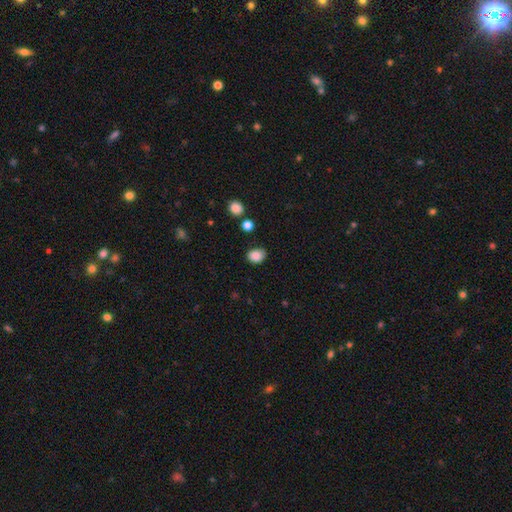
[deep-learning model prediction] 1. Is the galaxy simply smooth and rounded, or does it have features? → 86% smooth, 10% star or artifact, 4% featured or disk.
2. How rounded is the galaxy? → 51% in between, 48% round, 1% cigar-shaped.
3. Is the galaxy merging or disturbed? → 74% none, 19% minor disturbance, 4% major disturbance, 3% merger.